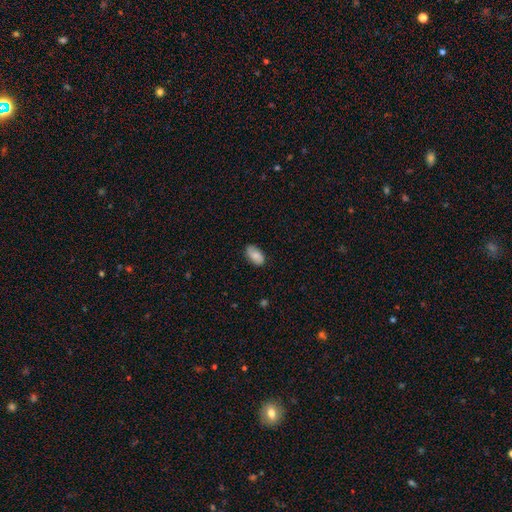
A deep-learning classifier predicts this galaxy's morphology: smooth-or-featured: smooth: 81% | featured or disk: 13% | star or artifact: 7%
  how-rounded: in between: 94% | round: 4% | cigar-shaped: 2%
  merging: none: 81% | minor disturbance: 15% | major disturbance: 3% | merger: 1%